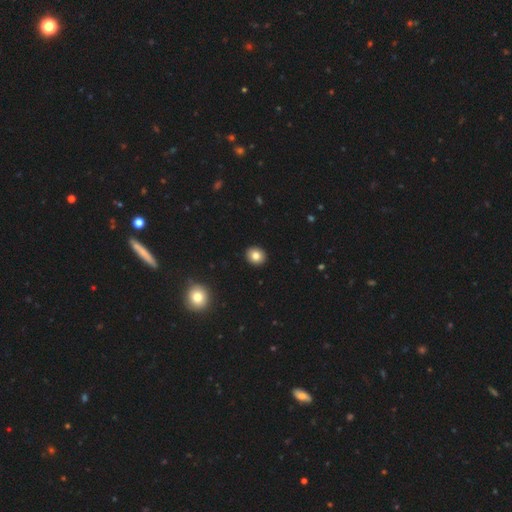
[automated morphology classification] type=smooth (82%); roundness=round (75%); merging=none (93%).